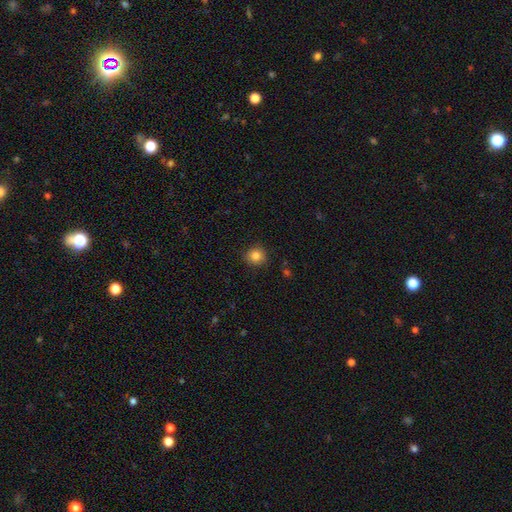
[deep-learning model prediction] Overall: smooth (84%). How rounded: round (89%). Merging: none (89%).